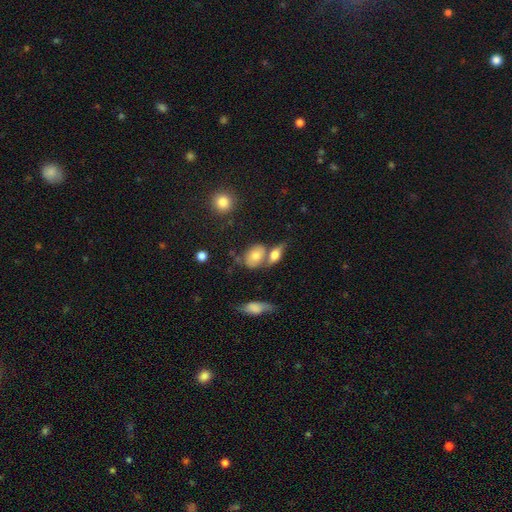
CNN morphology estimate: This is likely a smooth galaxy (71%). How rounded: likely in between (72%). Merging: marginally none (41%).